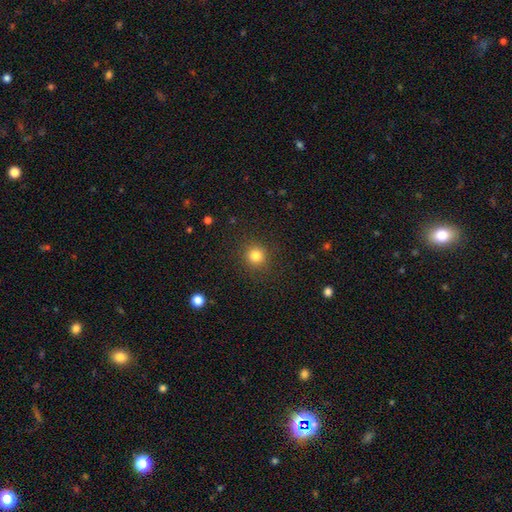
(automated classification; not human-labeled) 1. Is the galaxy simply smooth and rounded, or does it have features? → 82% smooth, 13% star or artifact, 5% featured or disk.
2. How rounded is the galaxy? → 92% round, 7% in between, 1% cigar-shaped.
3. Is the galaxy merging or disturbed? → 90% none, 6% minor disturbance, 3% major disturbance, 1% merger.